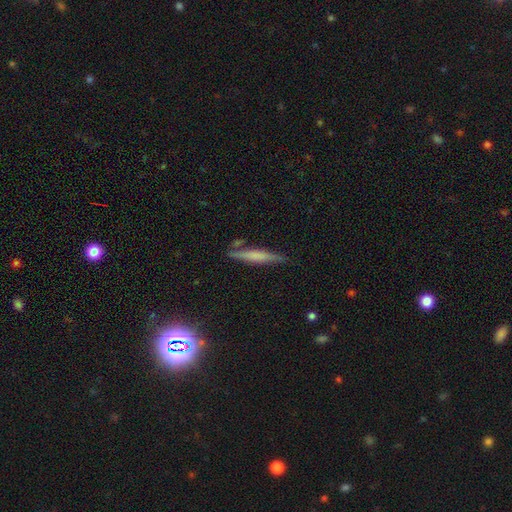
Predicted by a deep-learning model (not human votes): Smooth or featured? featured or disk (46%, tied with smooth)
Merging? none (81%)